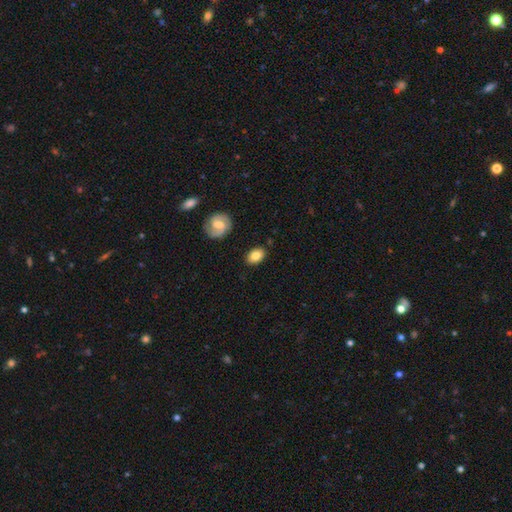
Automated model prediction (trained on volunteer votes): Smooth or featured? Predicted: smooth (p=0.78). How rounded? Predicted: in between (p=0.84). Merging? Predicted: none (p=0.85).